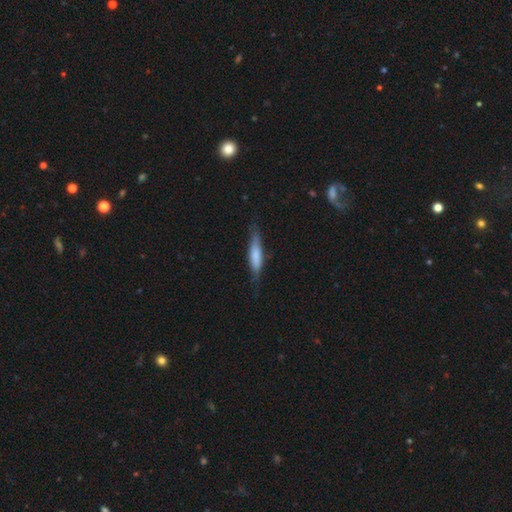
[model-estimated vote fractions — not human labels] The model was most divided on "smooth or featured": smooth: 68%, featured or disk: 27%, star or artifact: 6%. More confident: how rounded — cigar-shaped (78%); merging — none (73%).